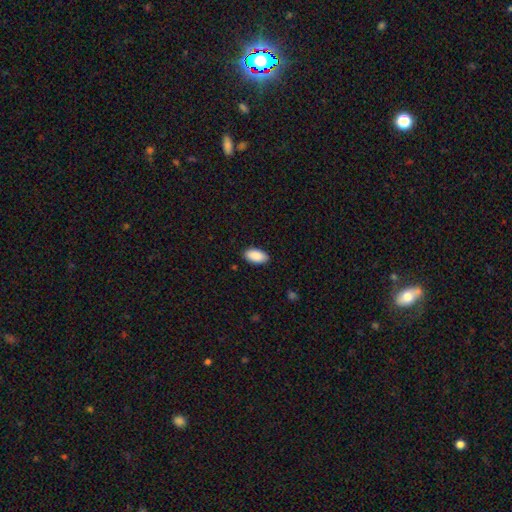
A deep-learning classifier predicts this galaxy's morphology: The model was most divided on "merging": none: 89%, minor disturbance: 8%, major disturbance: 2%, merger: 1%. More confident: how rounded — in between (96%); smooth or featured — smooth (91%).